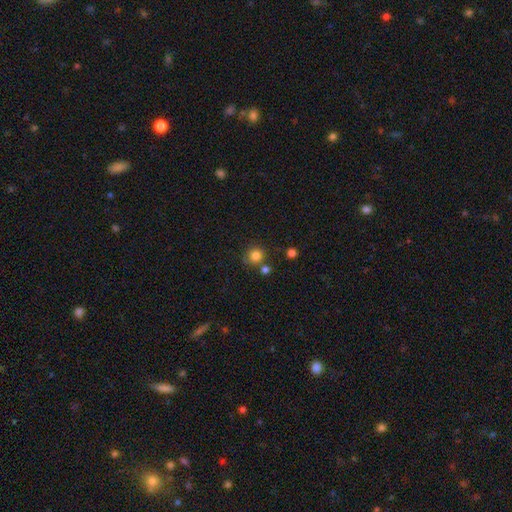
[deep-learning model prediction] A smooth galaxy with no disk features (82%) that is round (89%). Merging: none (71%).